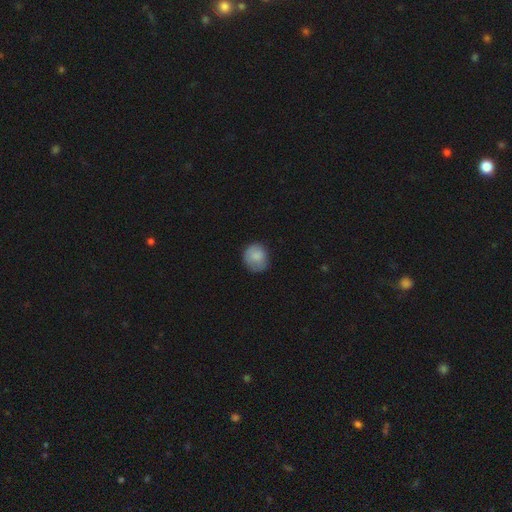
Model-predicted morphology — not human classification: Smooth or featured?
  - smooth: 83% *
  - featured or disk: 9%
  - star or artifact: 8%
How rounded?
  - round: 82% *
  - in between: 17%
  - cigar-shaped: 1%
Merging?
  - none: 70% *
  - minor disturbance: 23%
  - major disturbance: 6%
  - merger: 1%